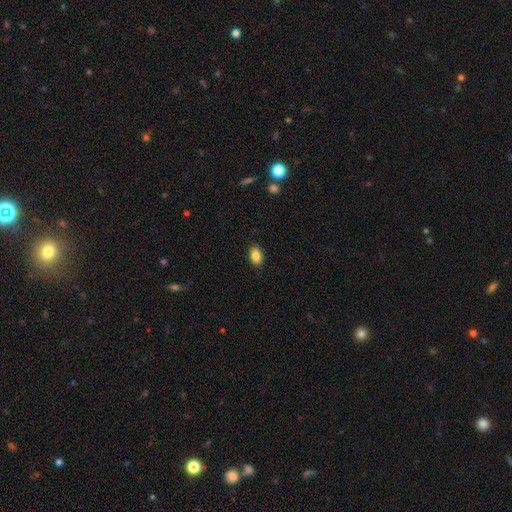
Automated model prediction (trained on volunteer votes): smooth 85%, star or artifact 8%, featured or disk 6%. Down the decision tree: how rounded — in between (87%); merging — none (87%).